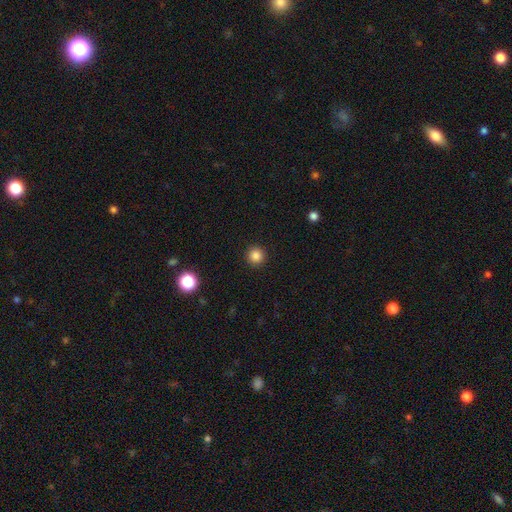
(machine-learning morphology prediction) The model was most divided on "smooth or featured": smooth: 85%, star or artifact: 11%, featured or disk: 3%. More confident: how rounded — round (96%); merging — none (93%).